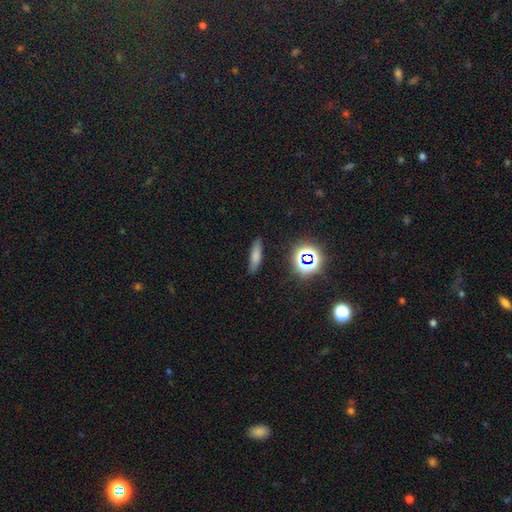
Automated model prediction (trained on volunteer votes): A smooth galaxy with no disk features (70%) that is cigar-shaped (66%).

Vote fractions:
- Smooth or featured? smooth: 70% / star or artifact: 16% / featured or disk: 13%
- How rounded? cigar-shaped: 66% / in between: 30% / round: 4%
- Merging? none: 85% / minor disturbance: 10% / major disturbance: 3% / merger: 2%